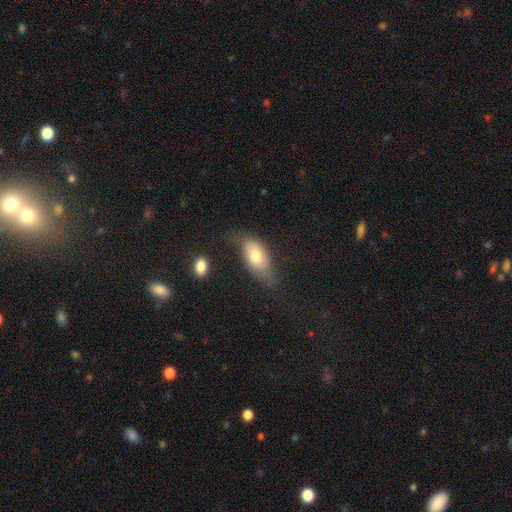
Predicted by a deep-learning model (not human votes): This appears to be a smooth galaxy with no disk features (68%) that is in between round and cigar-shaped (88%). Merging: none (50%).